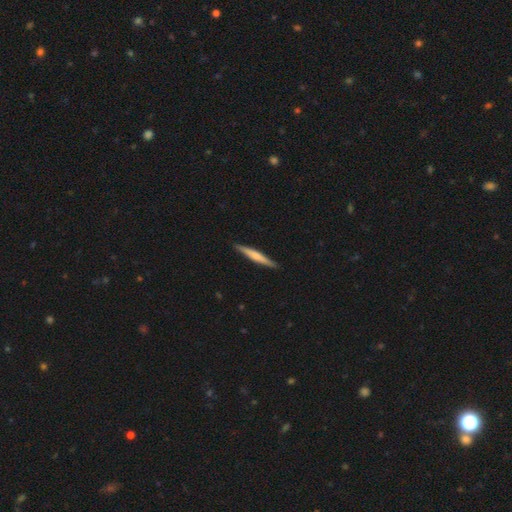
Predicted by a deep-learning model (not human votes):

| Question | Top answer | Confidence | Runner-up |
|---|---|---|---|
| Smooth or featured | featured or disk | 51% | smooth (44%) |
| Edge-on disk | yes | 97% | no (3%) |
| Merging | none | 90% | minor disturbance (7%) |